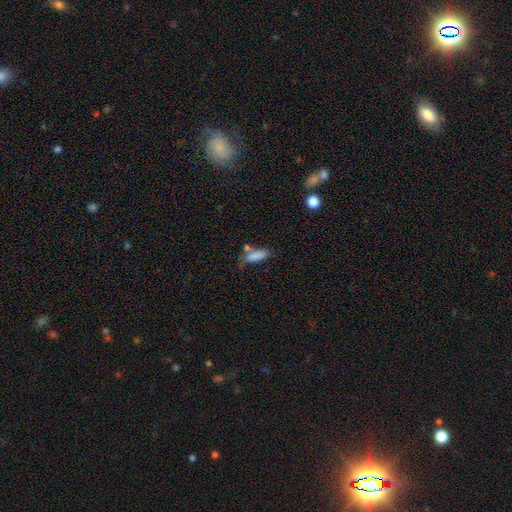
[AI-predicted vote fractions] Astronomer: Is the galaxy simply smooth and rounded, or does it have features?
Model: smooth — 82%.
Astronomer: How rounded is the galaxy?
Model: in between — 54% (runner-up: cigar-shaped, 43%).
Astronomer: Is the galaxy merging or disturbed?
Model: none — 52%.